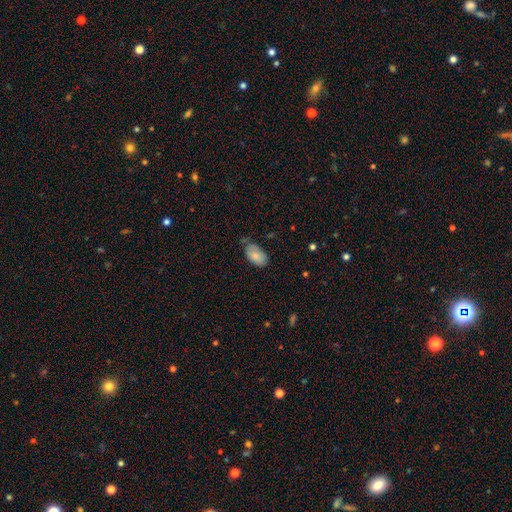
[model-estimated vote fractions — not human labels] smooth_or_featured: smooth (p=0.81) [alt: featured or disk p=0.12]
how_rounded: in between (p=0.95) [alt: round p=0.04]
merging: none (p=0.60) [alt: minor disturbance p=0.30]